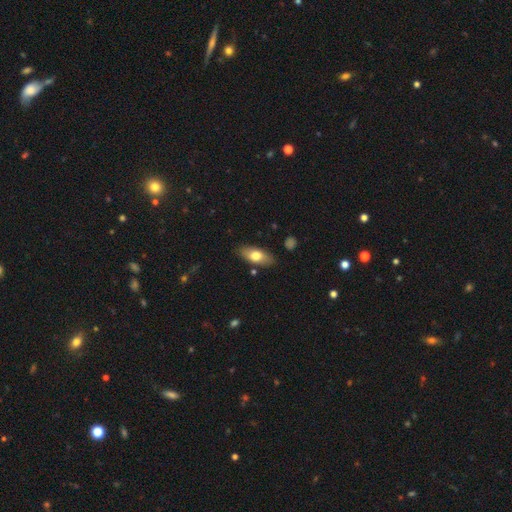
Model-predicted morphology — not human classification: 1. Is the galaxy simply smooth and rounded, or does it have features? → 71% smooth, 22% featured or disk, 6% star or artifact.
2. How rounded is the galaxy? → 85% in between, 12% cigar-shaped, 3% round.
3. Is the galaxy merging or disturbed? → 84% none, 11% minor disturbance, 2% major disturbance, 2% merger.